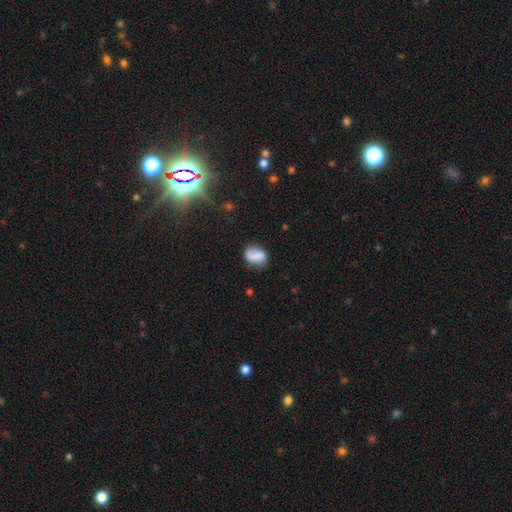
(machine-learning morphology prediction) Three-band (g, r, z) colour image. It shows a smooth galaxy with no disk features (74%) that is in between round and cigar-shaped (76%). Merging: none (63%).